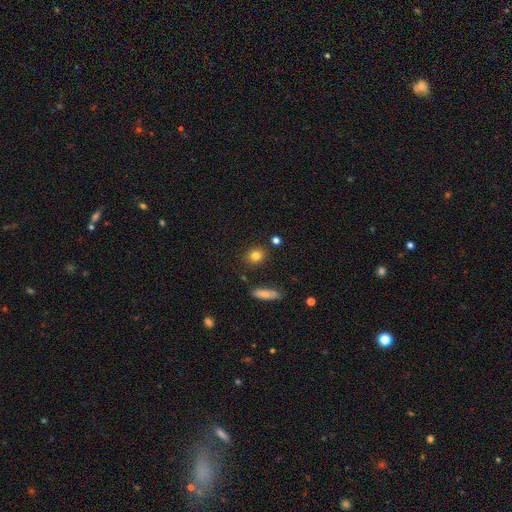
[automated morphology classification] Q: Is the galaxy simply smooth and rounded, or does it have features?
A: smooth — 81%.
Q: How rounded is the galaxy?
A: round — 71%.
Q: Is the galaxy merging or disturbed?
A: none — 86%.